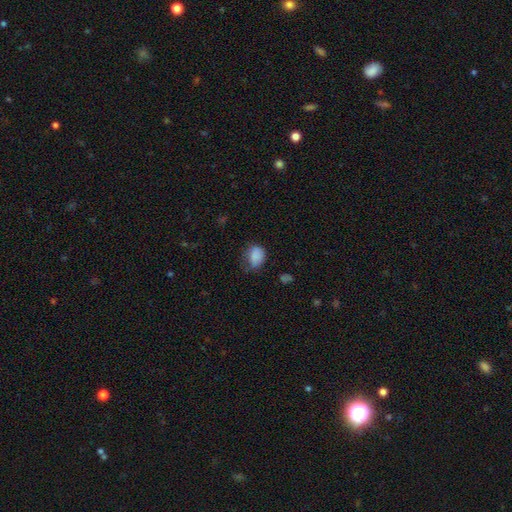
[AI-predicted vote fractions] Smooth or featured?
  - smooth: 85% *
  - star or artifact: 9%
  - featured or disk: 6%
How rounded?
  - in between: 68% *
  - round: 31%
  - cigar-shaped: 1%
Merging?
  - none: 49% *
  - minor disturbance: 35%
  - major disturbance: 14%
  - merger: 2%